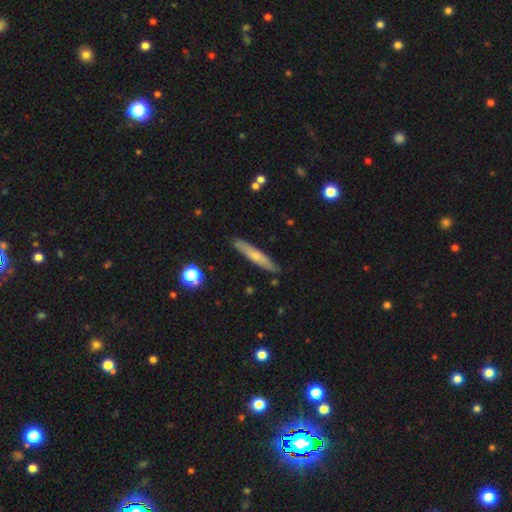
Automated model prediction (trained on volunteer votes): Smooth or featured? smooth (56%)
How rounded? cigar-shaped (91%)
Merging? none (86%)